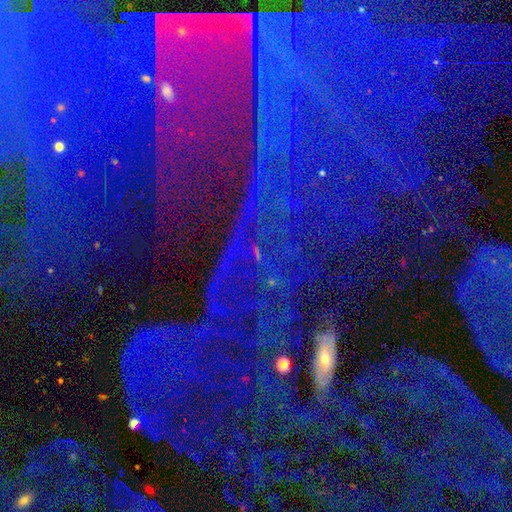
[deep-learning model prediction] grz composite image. It shows a star or artifact, not a galaxy (82%).